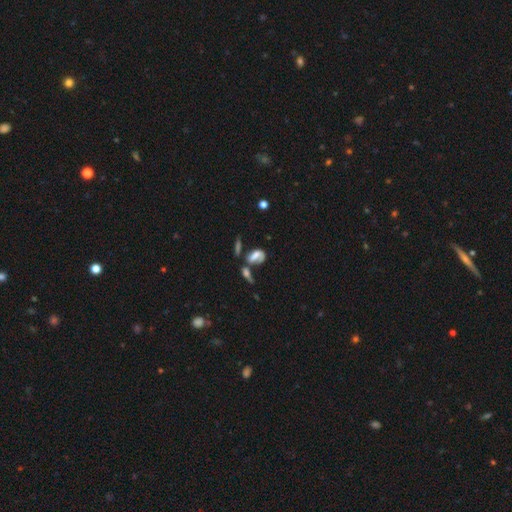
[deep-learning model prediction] Smooth or featured?
  - smooth: 46% *
  - featured or disk: 41%
  - star or artifact: 13%
Merging?
  - merger: 36% *
  - none: 32%
  - major disturbance: 17%
  - minor disturbance: 16%